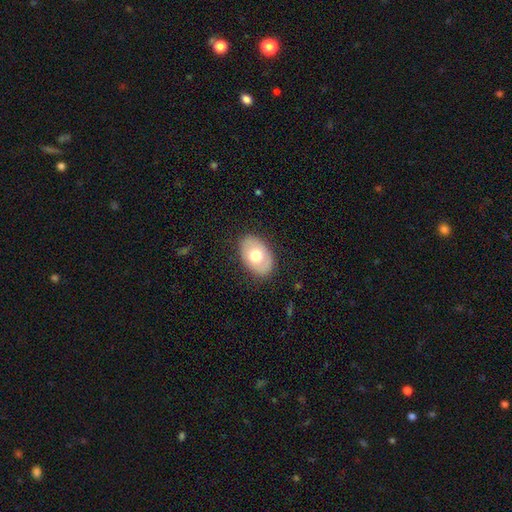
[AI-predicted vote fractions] smooth 64%, featured or disk 30%, star or artifact 6%. Down the decision tree: how rounded — in between (84%); merging — none (84%).